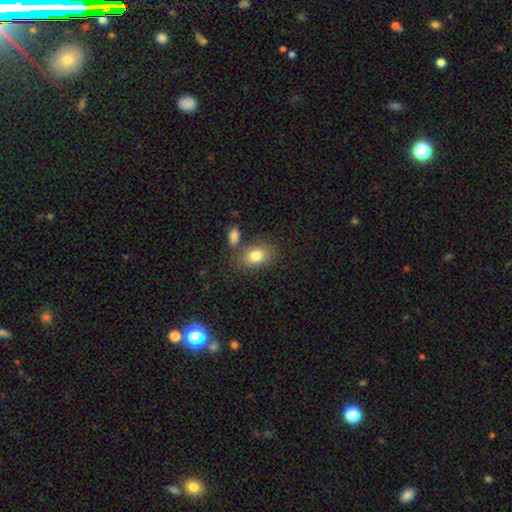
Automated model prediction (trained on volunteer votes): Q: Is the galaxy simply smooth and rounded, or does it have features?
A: smooth — 81%.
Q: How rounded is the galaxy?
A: in between — 80%.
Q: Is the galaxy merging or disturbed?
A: none — 69%.